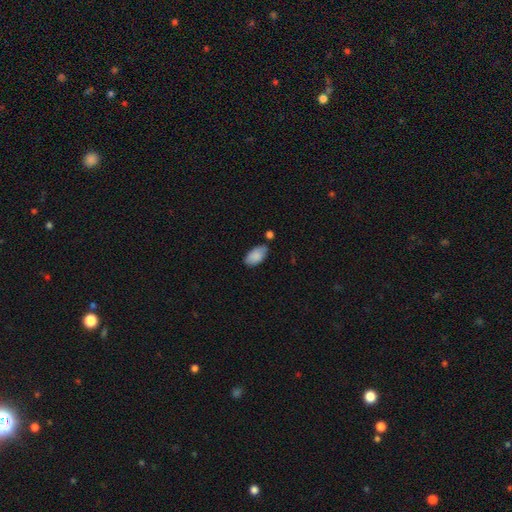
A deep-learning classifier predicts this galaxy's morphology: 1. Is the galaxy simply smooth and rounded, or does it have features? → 88% smooth, 7% star or artifact, 5% featured or disk.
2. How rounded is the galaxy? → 95% in between, 3% round, 2% cigar-shaped.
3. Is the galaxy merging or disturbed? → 68% none, 19% minor disturbance, 9% merger, 4% major disturbance.